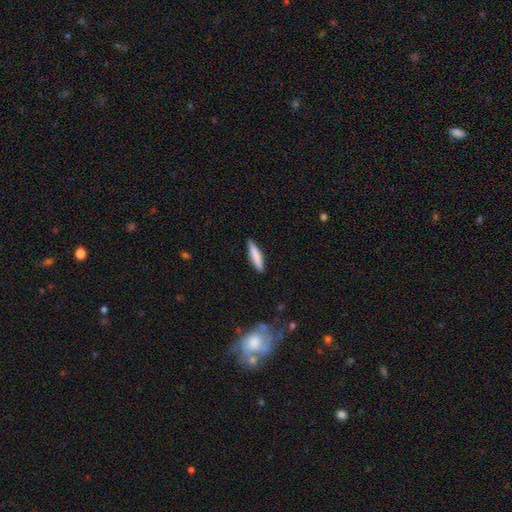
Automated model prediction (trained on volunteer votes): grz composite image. It shows a smooth galaxy with no disk features (79%) that is cigar-shaped (85%). Merging: none (85%).